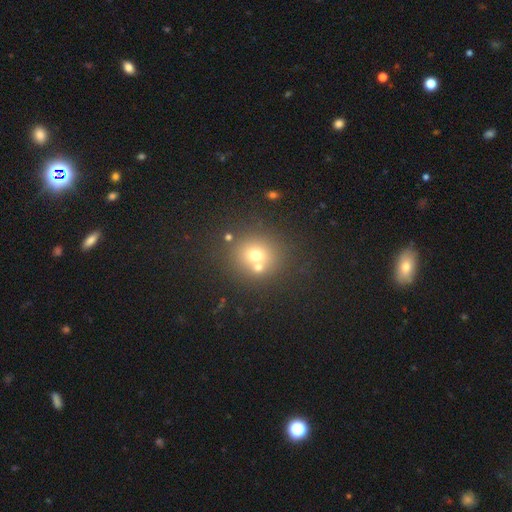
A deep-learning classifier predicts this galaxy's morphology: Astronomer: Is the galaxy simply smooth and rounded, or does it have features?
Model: smooth — 66%.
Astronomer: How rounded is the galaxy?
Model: round — 85%.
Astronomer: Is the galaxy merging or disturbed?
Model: none — 59%.